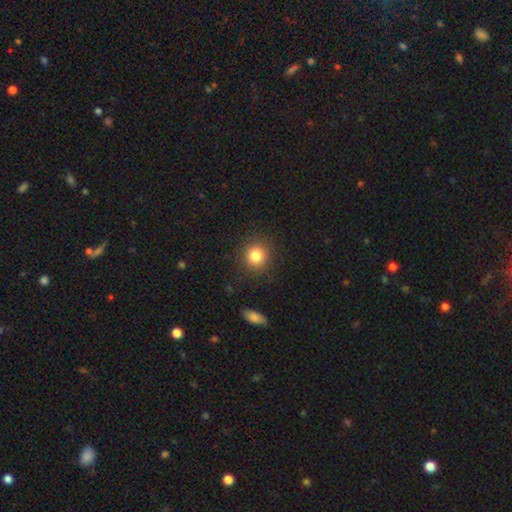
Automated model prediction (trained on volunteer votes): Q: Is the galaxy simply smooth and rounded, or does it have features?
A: smooth — 84%.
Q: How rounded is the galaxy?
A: round — 88%.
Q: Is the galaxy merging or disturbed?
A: none — 88%.